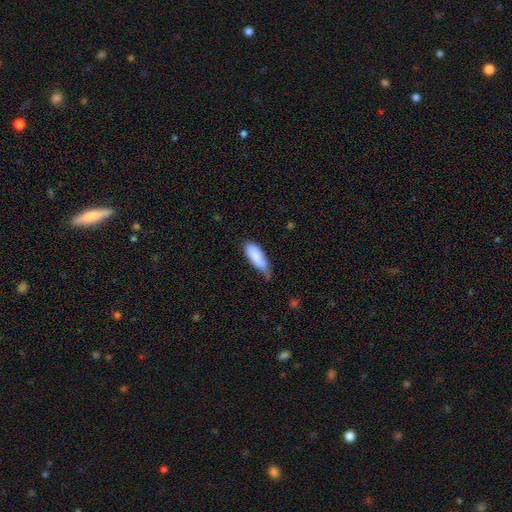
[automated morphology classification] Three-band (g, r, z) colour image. It shows a smooth galaxy with no disk features (84%) that is in between round and cigar-shaped (76%). Merging: minor disturbance (50%).